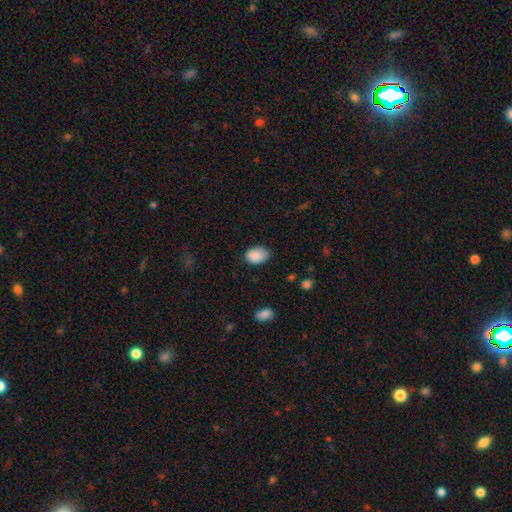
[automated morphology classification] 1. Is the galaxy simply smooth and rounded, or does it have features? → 88% smooth, 7% star or artifact, 4% featured or disk.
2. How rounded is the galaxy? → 80% in between, 19% round, 1% cigar-shaped.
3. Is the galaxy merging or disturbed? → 73% none, 21% minor disturbance, 4% major disturbance, 1% merger.